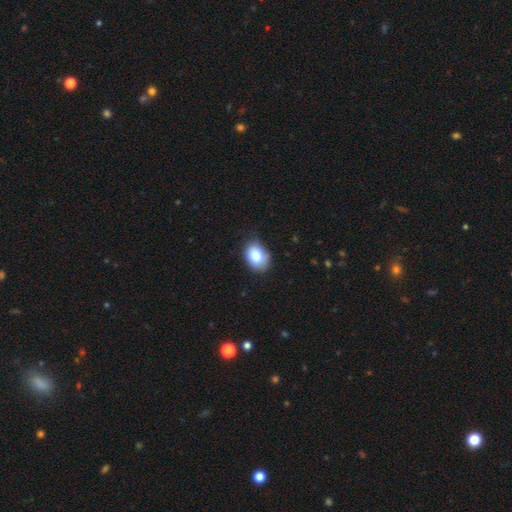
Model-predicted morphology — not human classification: Q: Smooth or featured?
A: smooth (83%); runner-up: featured or disk (8%)
Q: How rounded?
A: in between (69%); runner-up: round (30%)
Q: Merging?
A: none (67%); runner-up: minor disturbance (26%)